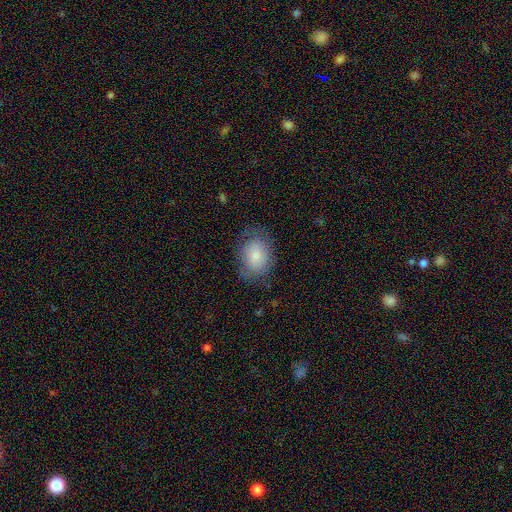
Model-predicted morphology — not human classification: Smooth or featured? Predicted: smooth (p=0.76). How rounded? Predicted: in between (p=0.65). Merging? Predicted: none (p=0.67).